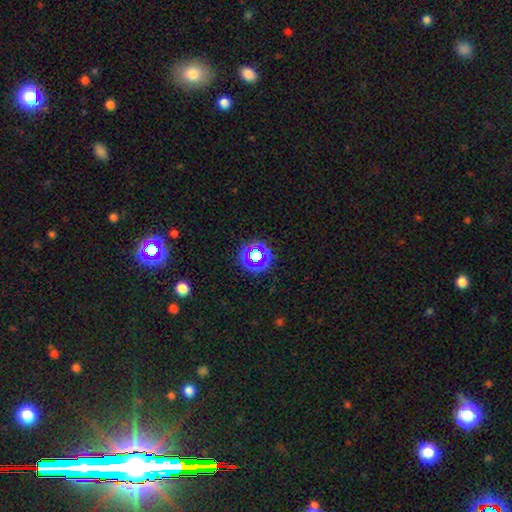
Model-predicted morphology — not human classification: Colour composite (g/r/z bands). It shows a star or artifact, not a galaxy (49%).